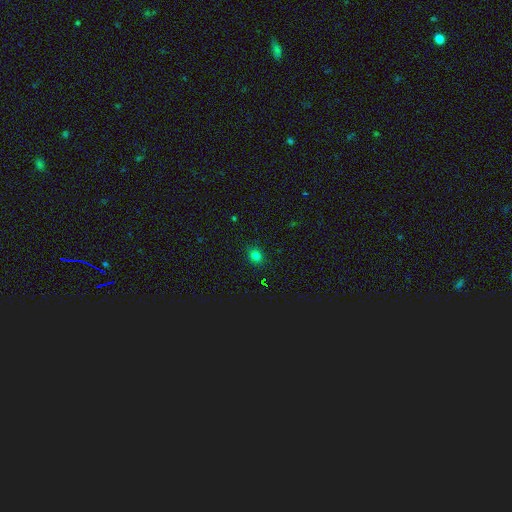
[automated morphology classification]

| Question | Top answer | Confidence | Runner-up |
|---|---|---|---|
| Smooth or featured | smooth | 75% | star or artifact (20%) |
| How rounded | round | 70% | in between (29%) |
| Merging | none | 87% | minor disturbance (10%) |